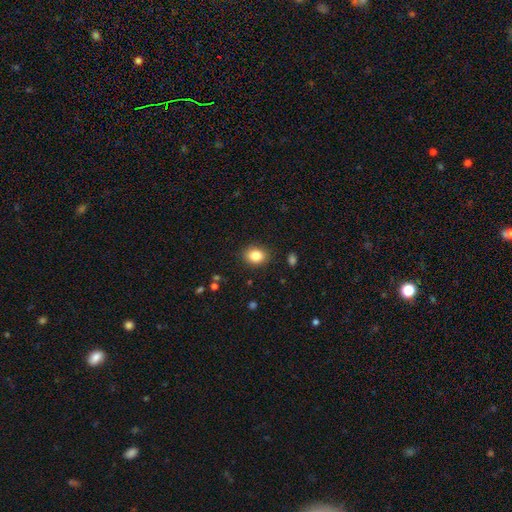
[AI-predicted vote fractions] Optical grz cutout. It shows a smooth galaxy with no disk features (84%) that is in between round and cigar-shaped (50%). Merging: none (88%).